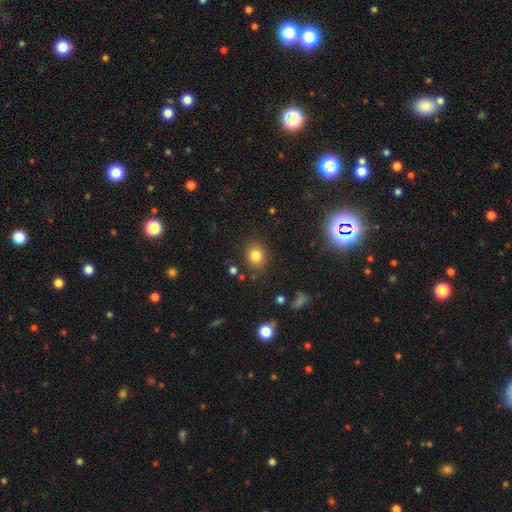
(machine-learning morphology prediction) This appears to be a smooth galaxy with no disk features (81%) that is round (61%). Merging: none (84%).